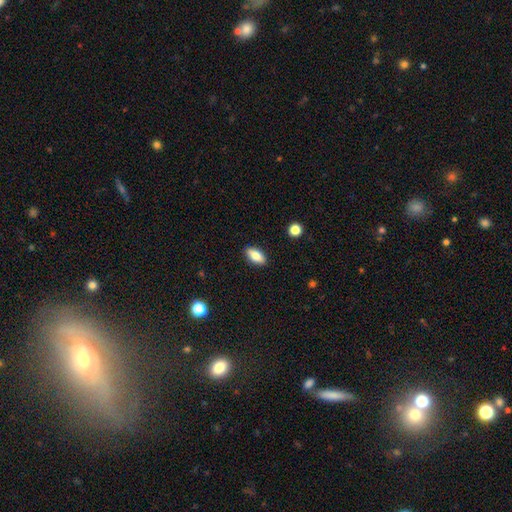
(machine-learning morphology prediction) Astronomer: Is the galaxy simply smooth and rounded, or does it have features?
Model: smooth — 81%.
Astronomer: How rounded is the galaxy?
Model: in between — 86%.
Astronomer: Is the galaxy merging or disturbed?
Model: none — 89%.